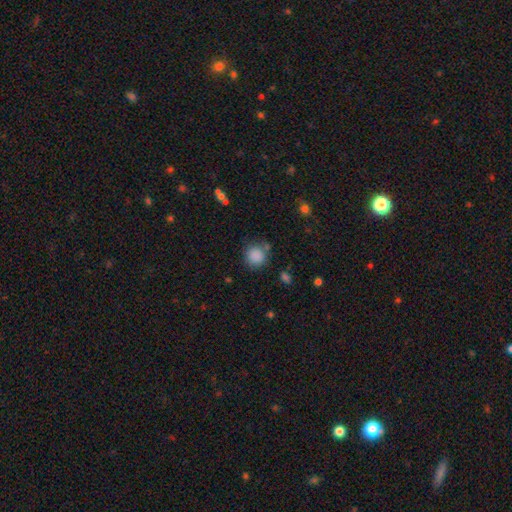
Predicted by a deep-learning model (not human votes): The model was most divided on "merging": none: 75%, minor disturbance: 14%, merger: 5%, major disturbance: 5%. More confident: how rounded — round (88%); smooth or featured — smooth (85%).